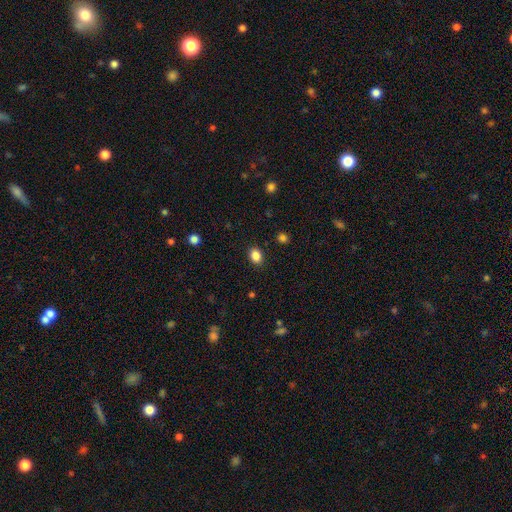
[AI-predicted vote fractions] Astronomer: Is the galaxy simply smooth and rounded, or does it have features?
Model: smooth — 86%.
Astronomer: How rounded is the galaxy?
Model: in between — 60% (runner-up: round, 40%).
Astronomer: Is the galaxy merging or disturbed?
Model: none — 89%.